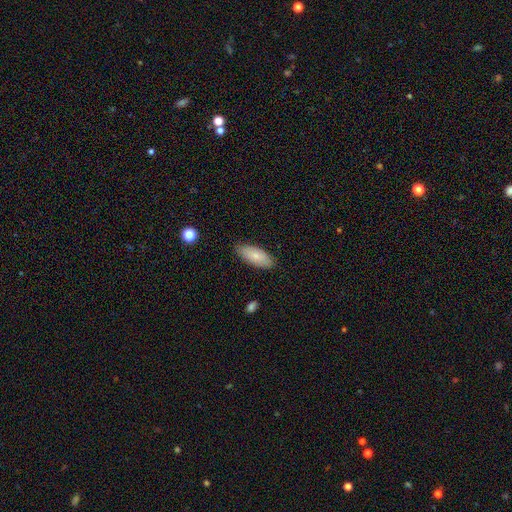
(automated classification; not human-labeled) Smooth or featured? Predicted: smooth (p=0.79). How rounded? Predicted: in between (p=0.84). Merging? Predicted: none (p=0.82).